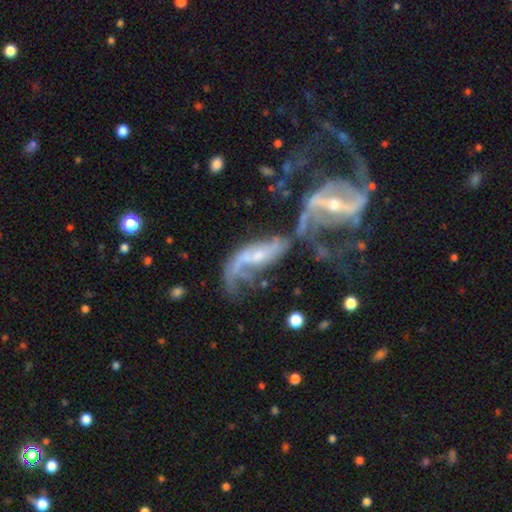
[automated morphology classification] This is clearly a featured or disk galaxy (81%). It is clearly not viewed edge-on (89%). Bar: marginally weak (34%, tied with no). Spiral arm pattern: clearly yes (81%). Spiral arm count: likely 2 (62%). Spiral winding: likely loose (66%). Central bulge: possibly small (49%). Merging: possibly merger (54%).